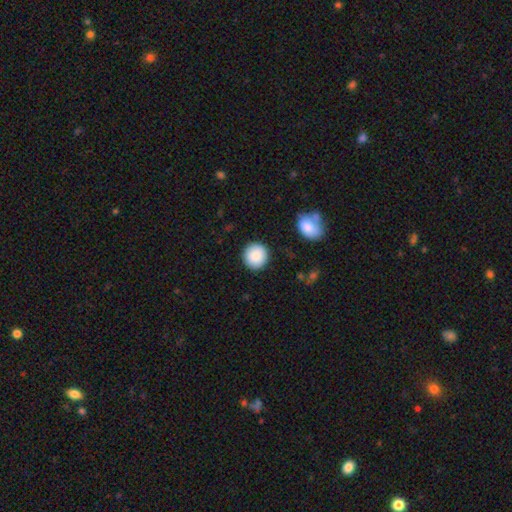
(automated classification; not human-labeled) Overall: smooth (88%). How rounded: round (93%). Merging: none (91%).